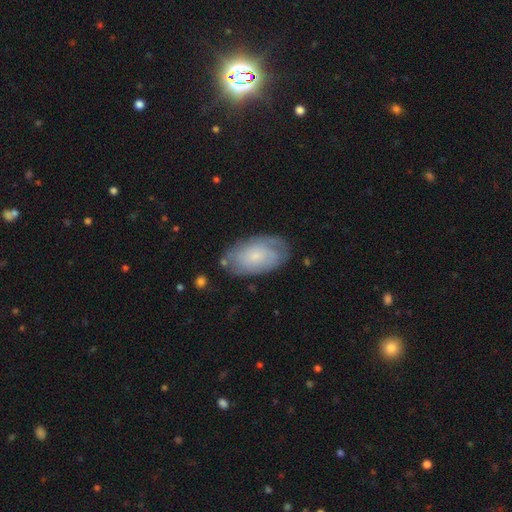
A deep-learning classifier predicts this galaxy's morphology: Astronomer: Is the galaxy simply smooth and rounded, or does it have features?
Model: featured or disk — 50% (runner-up: smooth, 43%).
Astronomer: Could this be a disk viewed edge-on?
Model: no — 94%.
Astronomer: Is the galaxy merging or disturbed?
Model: none — 72%.